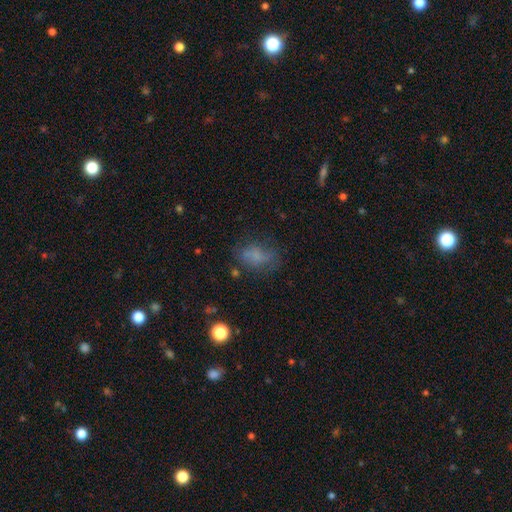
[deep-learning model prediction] smooth-or-featured: smooth: 60% | featured or disk: 23% | star or artifact: 17%
  how-rounded: in between: 78% | round: 18% | cigar-shaped: 3%
  merging: none: 51% | minor disturbance: 25% | major disturbance: 20% | merger: 4%